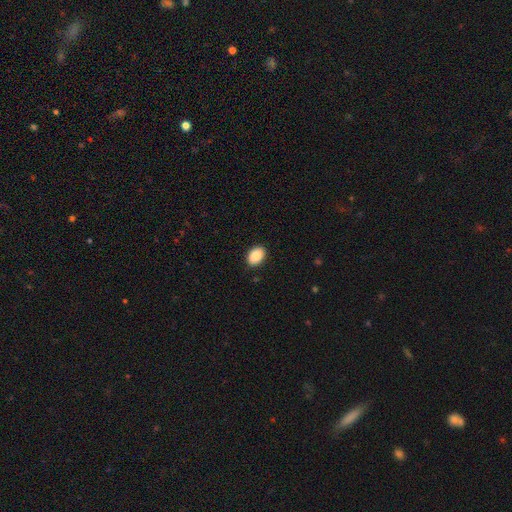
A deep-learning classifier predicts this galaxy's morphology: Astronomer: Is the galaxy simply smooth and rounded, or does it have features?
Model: smooth — 90%.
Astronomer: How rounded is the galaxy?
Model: in between — 84%.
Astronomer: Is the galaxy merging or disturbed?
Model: none — 89%.